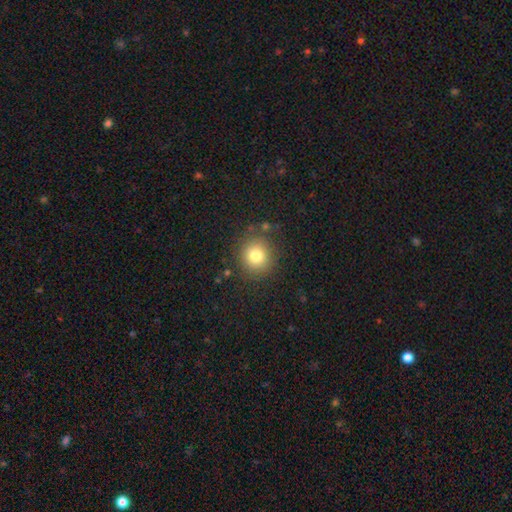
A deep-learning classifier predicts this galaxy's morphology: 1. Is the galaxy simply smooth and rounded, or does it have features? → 79% smooth, 12% star or artifact, 9% featured or disk.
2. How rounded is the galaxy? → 89% round, 10% in between, 1% cigar-shaped.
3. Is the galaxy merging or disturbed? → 84% none, 10% minor disturbance, 4% major disturbance, 2% merger.